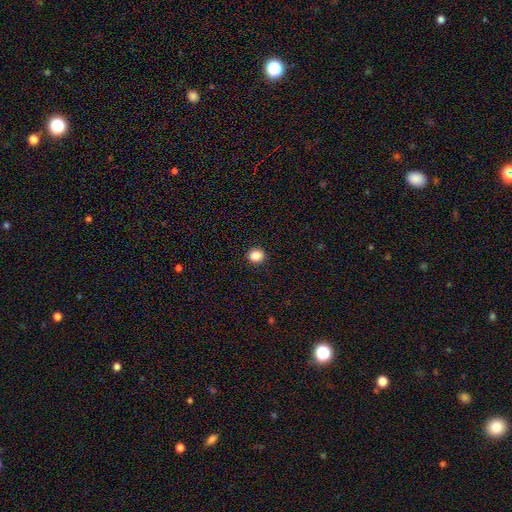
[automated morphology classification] smooth-or-featured: smooth: 87% | star or artifact: 10% | featured or disk: 3%
  how-rounded: round: 73% | in between: 26% | cigar-shaped: 1%
  merging: none: 92% | minor disturbance: 5% | major disturbance: 2% | merger: 1%